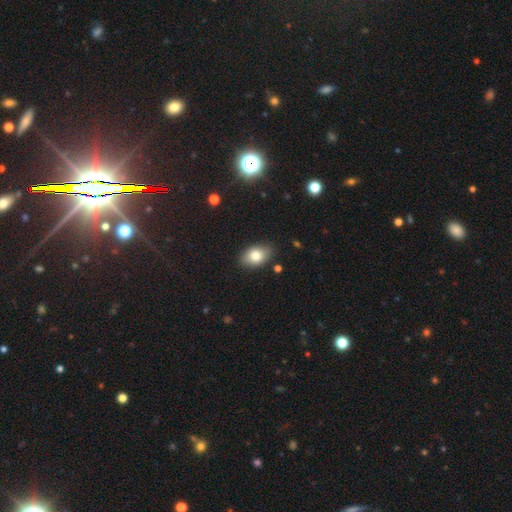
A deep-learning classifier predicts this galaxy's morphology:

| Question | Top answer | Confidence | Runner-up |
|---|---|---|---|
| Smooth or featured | smooth | 81% | featured or disk (11%) |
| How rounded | in between | 86% | round (12%) |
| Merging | none | 84% | minor disturbance (12%) |